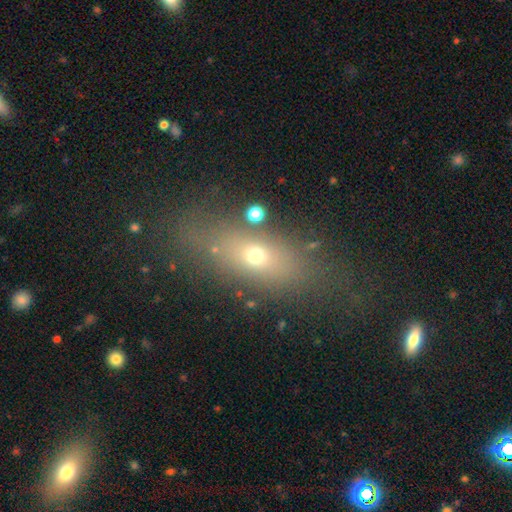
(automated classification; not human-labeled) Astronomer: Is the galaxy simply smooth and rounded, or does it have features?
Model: smooth — 57%.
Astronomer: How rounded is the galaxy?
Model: in between — 58%.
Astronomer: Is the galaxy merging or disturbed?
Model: none — 73%.